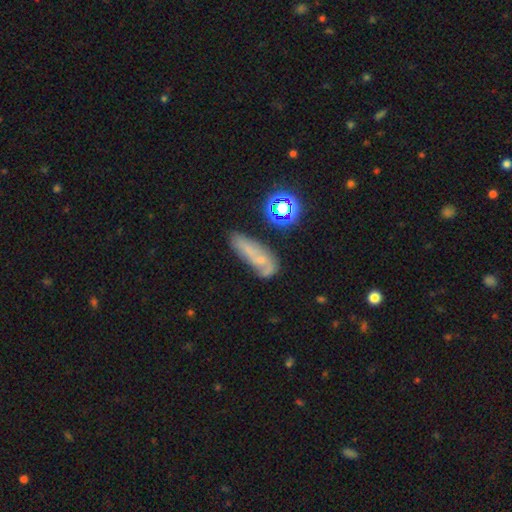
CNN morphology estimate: smooth_or_featured: smooth (p=0.45) [alt: featured or disk p=0.36]
merging: none (p=0.48) [alt: minor disturbance p=0.23]